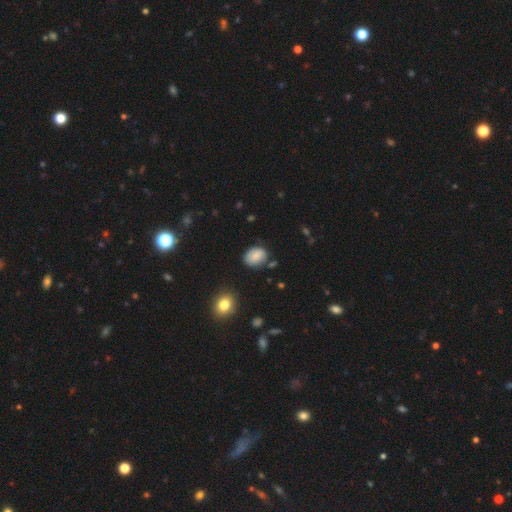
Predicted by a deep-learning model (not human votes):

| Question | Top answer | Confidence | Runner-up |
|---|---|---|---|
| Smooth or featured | smooth | 82% | featured or disk (9%) |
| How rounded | in between | 69% | round (30%) |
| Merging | none | 73% | minor disturbance (19%) |